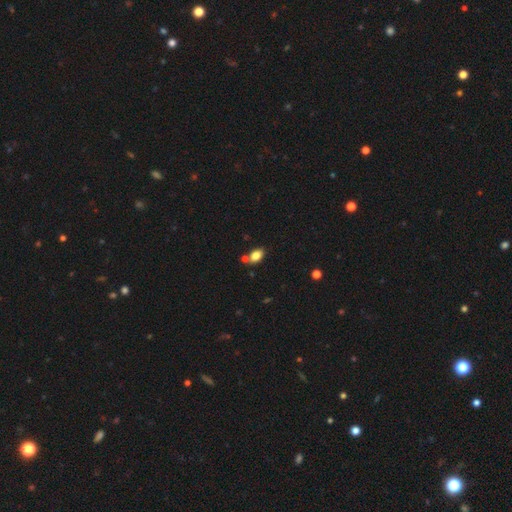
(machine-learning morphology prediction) Smooth or featured? smooth (83%)
How rounded? in between (85%)
Merging? none (67%)